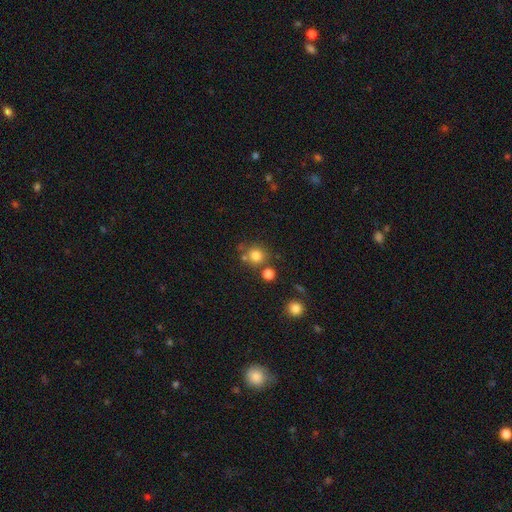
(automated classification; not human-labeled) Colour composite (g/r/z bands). It shows a smooth galaxy with no disk features (79%) that is round (90%). Merging: none (71%).